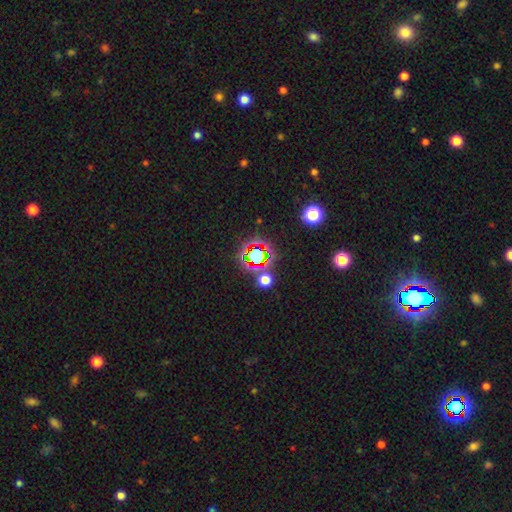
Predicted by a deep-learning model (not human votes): smooth_or_featured: star or artifact (p=0.67) [alt: smooth p=0.22]